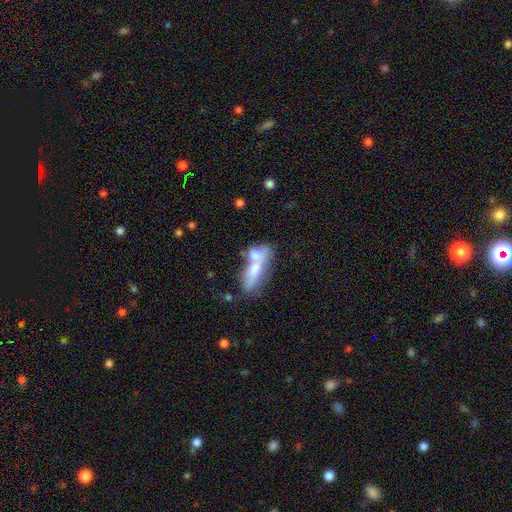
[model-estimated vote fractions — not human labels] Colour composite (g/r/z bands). It shows a smooth galaxy with no disk features (63%) that is in between round and cigar-shaped (67%). Merging: merger (72%).